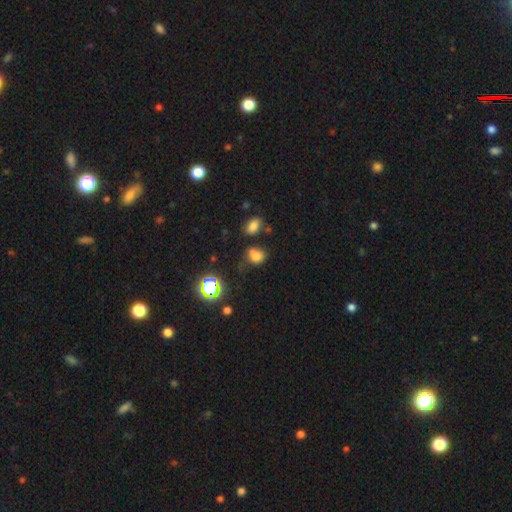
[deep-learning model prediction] This is likely a smooth galaxy (70%). How rounded: possibly in between (54%). Merging: possibly none (48%).